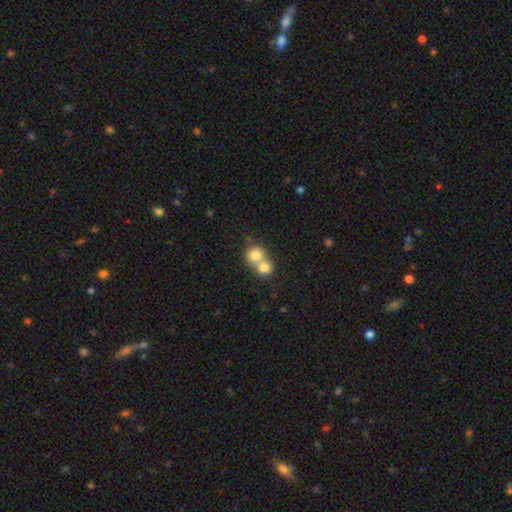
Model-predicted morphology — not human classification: smooth 77%, featured or disk 14%, star or artifact 9%. Down the decision tree: how rounded — round (81%); merging — merger (69%).